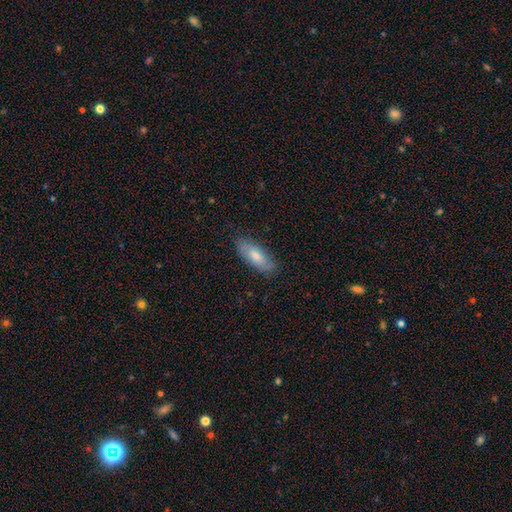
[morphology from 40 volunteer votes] smooth 80%, featured or disk 20%, star or artifact 0%. Down the decision tree: how rounded — in between (75%); merging — none (85%).